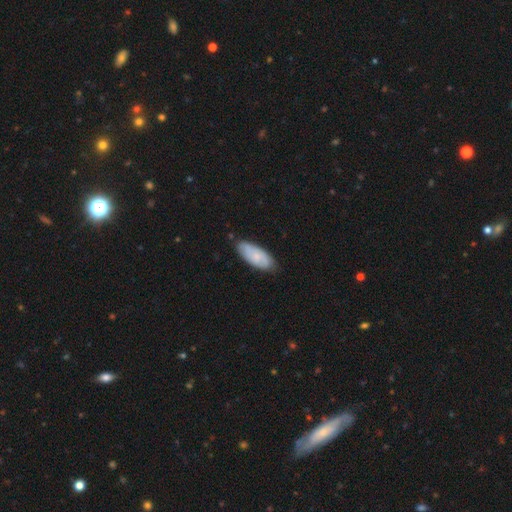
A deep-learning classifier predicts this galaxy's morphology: Q: Smooth or featured?
A: smooth (66%); runner-up: featured or disk (28%)
Q: How rounded?
A: in between (82%); runner-up: cigar-shaped (16%)
Q: Merging?
A: none (78%); runner-up: minor disturbance (18%)